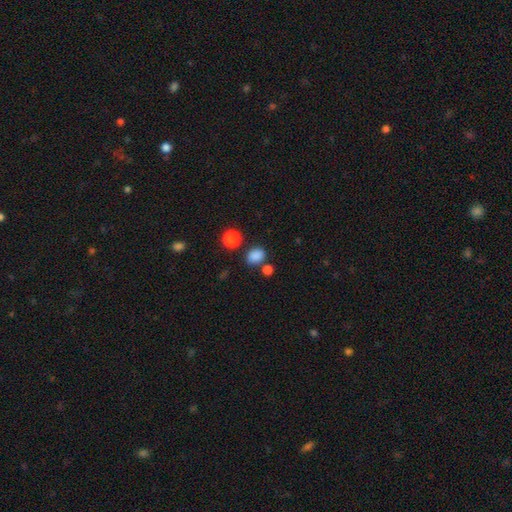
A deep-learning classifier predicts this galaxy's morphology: Smooth or featured? Predicted: smooth (p=0.84). How rounded? Predicted: in between (p=0.56). Merging? Predicted: none (p=0.73).